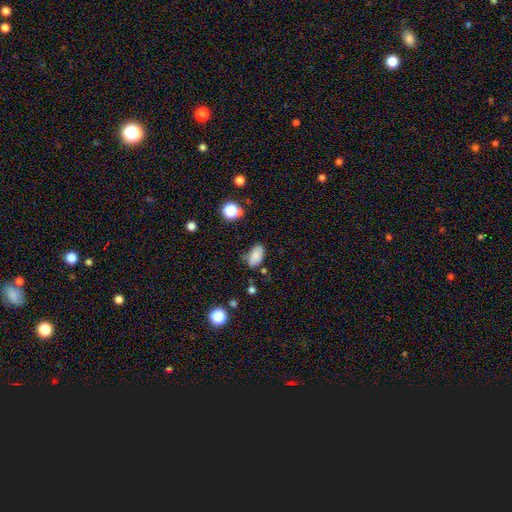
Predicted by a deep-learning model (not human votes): Q: Smooth or featured?
A: smooth (80%); runner-up: star or artifact (11%)
Q: How rounded?
A: in between (91%); runner-up: round (7%)
Q: Merging?
A: none (60%); runner-up: minor disturbance (28%)